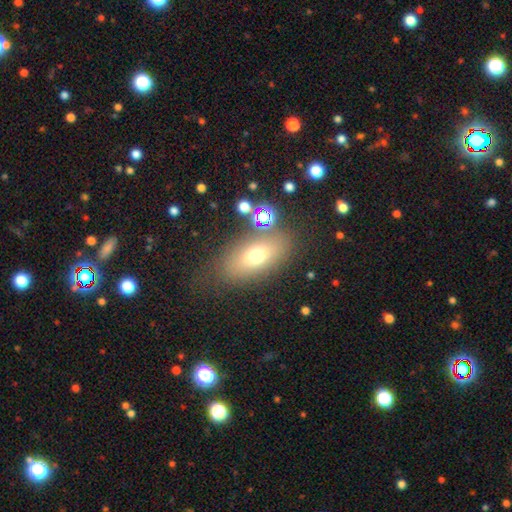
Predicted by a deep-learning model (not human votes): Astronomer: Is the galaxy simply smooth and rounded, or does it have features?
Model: smooth — 64%.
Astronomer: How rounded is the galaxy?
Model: in between — 79%.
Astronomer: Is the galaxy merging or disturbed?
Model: none — 70%.